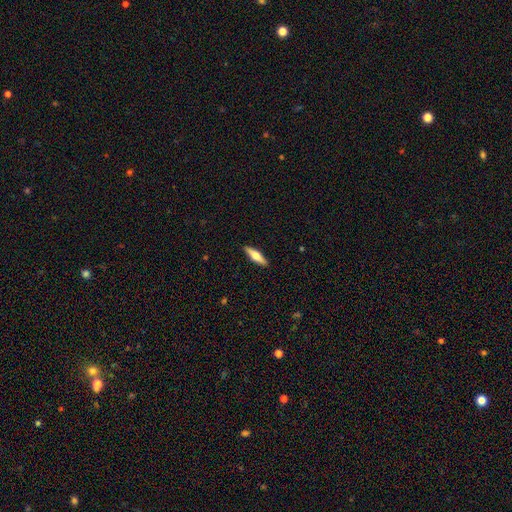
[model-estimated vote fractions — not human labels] A smooth galaxy with no disk features (49%).

Vote fractions:
- Smooth or featured? smooth: 49% / featured or disk: 45% / star or artifact: 5%
- Merging? none: 90% / minor disturbance: 7% / major disturbance: 1% / merger: 1%